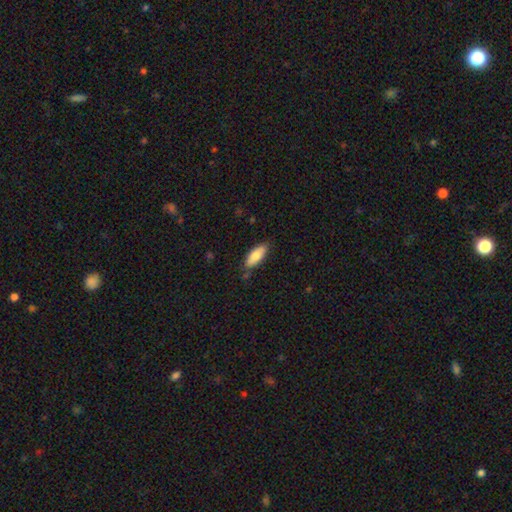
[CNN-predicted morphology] A smooth galaxy with no disk features (79%) that is in between round and cigar-shaped (75%).

Vote fractions:
- Smooth or featured? smooth: 79% / featured or disk: 15% / star or artifact: 6%
- How rounded? in between: 75% / cigar-shaped: 23% / round: 2%
- Merging? none: 76% / minor disturbance: 18% / major disturbance: 3% / merger: 3%